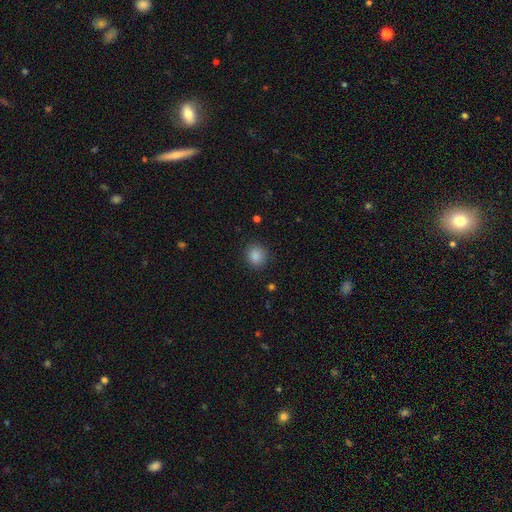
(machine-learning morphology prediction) Smooth or featured? Predicted: smooth (p=0.87). How rounded? Predicted: round (p=0.84). Merging? Predicted: none (p=0.89).